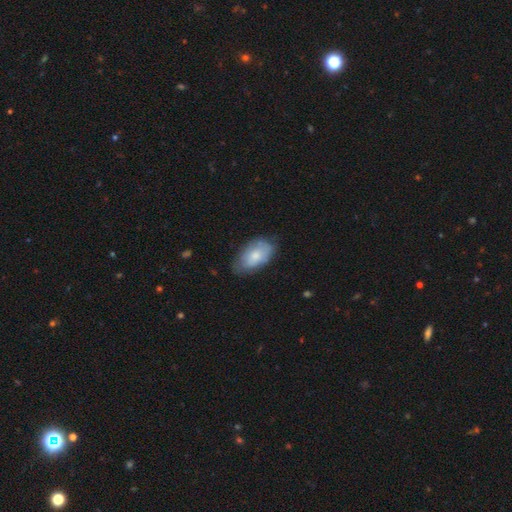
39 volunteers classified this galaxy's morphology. smooth_or_featured: smooth (p=0.69) [alt: featured or disk p=0.23]
how_rounded: in between (p=1.00)
merging: none (p=0.75) [alt: minor disturbance p=0.19]